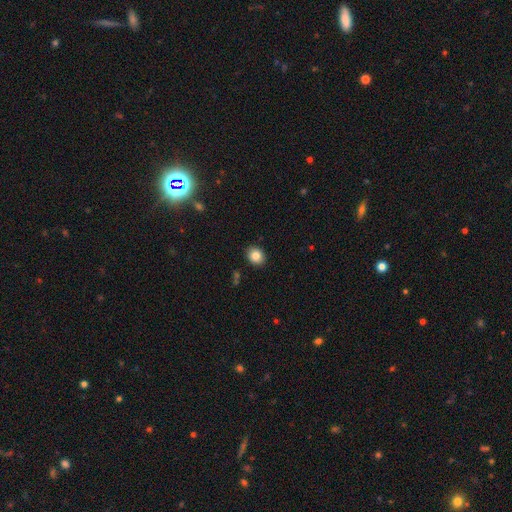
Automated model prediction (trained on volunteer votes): Overall: smooth (85%). How rounded: round (51%; in between 48%). Merging: none (90%).